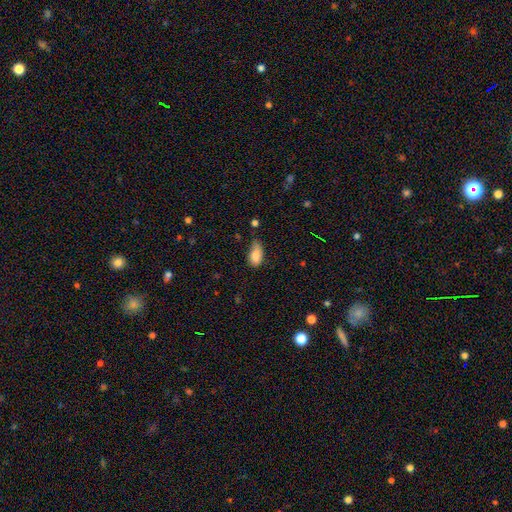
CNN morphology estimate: Smooth or featured? Predicted: smooth (p=0.84). How rounded? Predicted: in between (p=0.92). Merging? Predicted: minor disturbance (p=0.44).